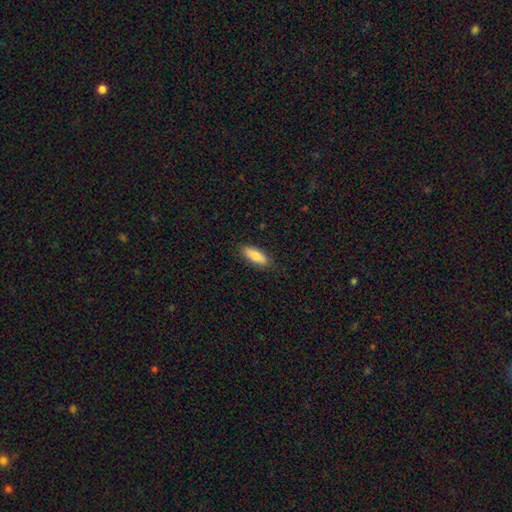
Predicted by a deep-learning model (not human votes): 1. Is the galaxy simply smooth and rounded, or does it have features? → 77% smooth, 17% featured or disk, 6% star or artifact.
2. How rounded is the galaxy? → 65% in between, 33% cigar-shaped, 2% round.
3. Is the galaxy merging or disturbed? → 85% none, 12% minor disturbance, 2% major disturbance, 1% merger.